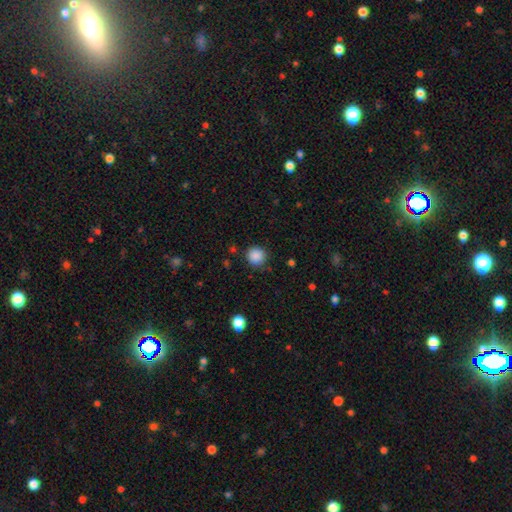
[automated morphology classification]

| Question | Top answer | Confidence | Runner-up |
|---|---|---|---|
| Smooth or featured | smooth | 87% | star or artifact (10%) |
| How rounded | round | 92% | in between (7%) |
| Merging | none | 87% | minor disturbance (9%) |